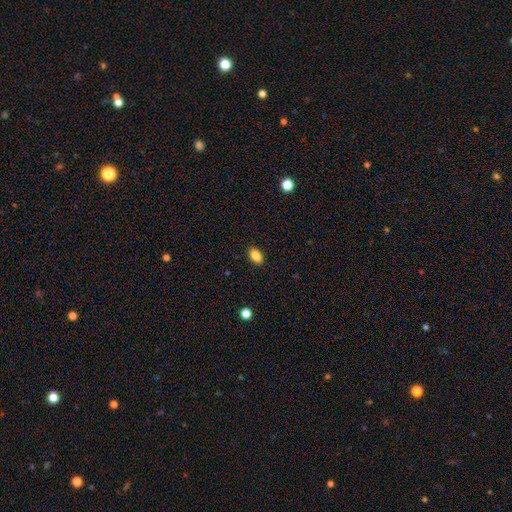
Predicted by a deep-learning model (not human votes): This appears to be a smooth galaxy with no disk features (86%) that is in between round and cigar-shaped (89%). Merging: none (88%).